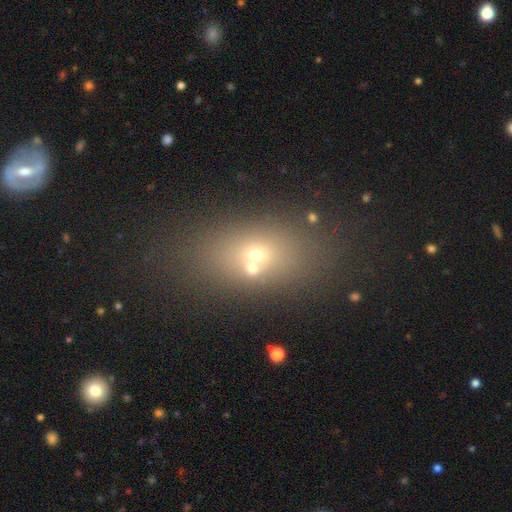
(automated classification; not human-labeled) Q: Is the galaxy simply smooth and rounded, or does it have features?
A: smooth — 52%.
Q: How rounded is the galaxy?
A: in between — 69%.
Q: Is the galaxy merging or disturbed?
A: none — 59%.